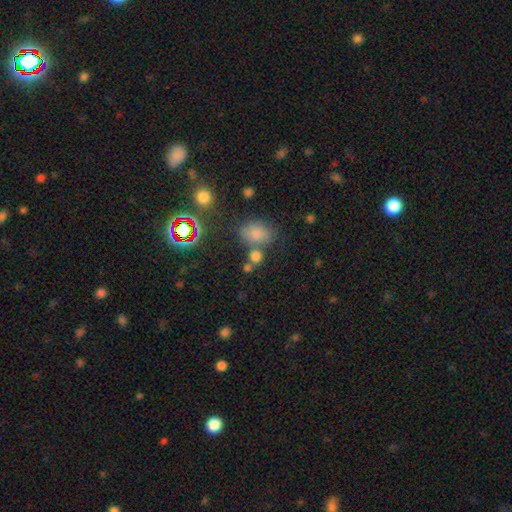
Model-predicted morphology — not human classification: type=smooth (70%); roundness=round (67%); merging=none (57%).